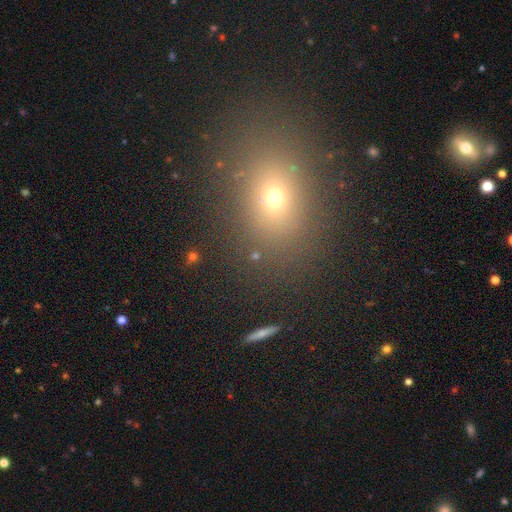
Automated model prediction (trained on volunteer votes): Smooth or featured: smooth — 59% (star or artifact — 29%)
How rounded: round — 56% (in between — 39%)
Merging: none — 81% (minor disturbance — 9%)